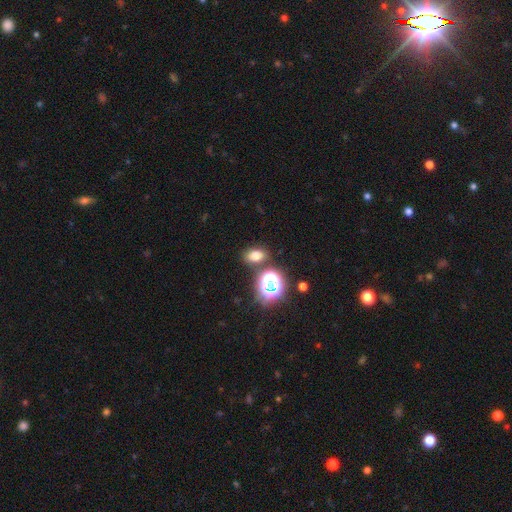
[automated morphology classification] smooth_or_featured: smooth (p=0.65) [alt: star or artifact p=0.26]
how_rounded: in between (p=0.76) [alt: round p=0.22]
merging: none (p=0.76) [alt: minor disturbance p=0.11]